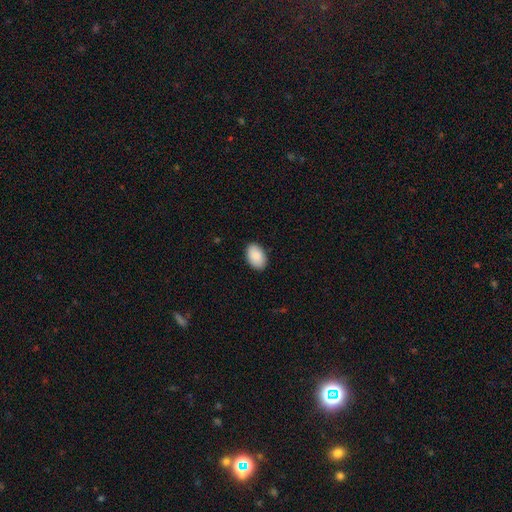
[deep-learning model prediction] Q: Smooth or featured?
A: smooth (90%); runner-up: star or artifact (6%)
Q: How rounded?
A: in between (92%); runner-up: round (7%)
Q: Merging?
A: none (88%); runner-up: minor disturbance (9%)